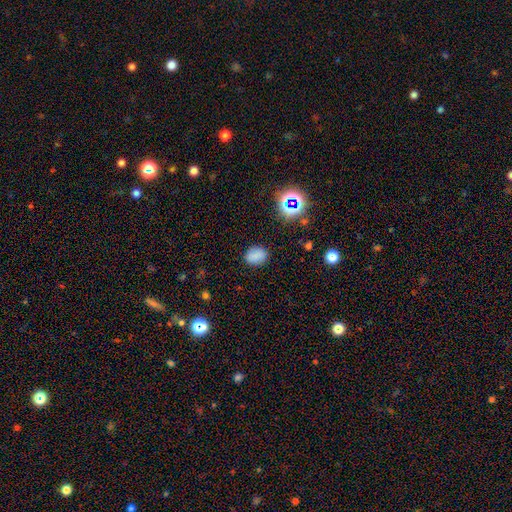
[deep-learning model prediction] A smooth galaxy with no disk features (79%) that is in between round and cigar-shaped (57%). Merging: none (84%).